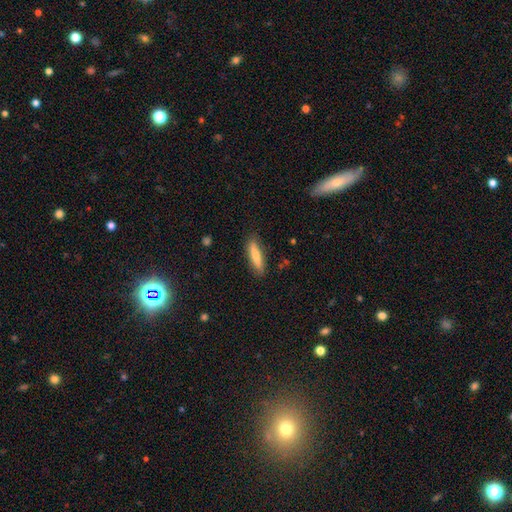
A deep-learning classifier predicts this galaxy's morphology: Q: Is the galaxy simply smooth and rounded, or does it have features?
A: smooth — 75%.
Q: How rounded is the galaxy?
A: cigar-shaped — 78%.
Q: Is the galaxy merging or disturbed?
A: none — 87%.